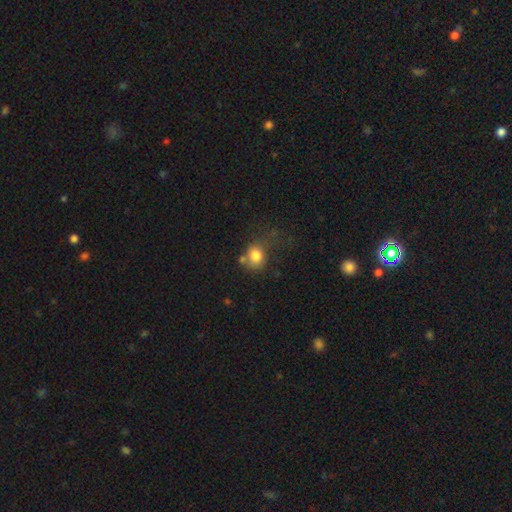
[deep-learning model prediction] This is likely a smooth galaxy (80%). How rounded: likely round (66%). Merging: marginally none (42%).